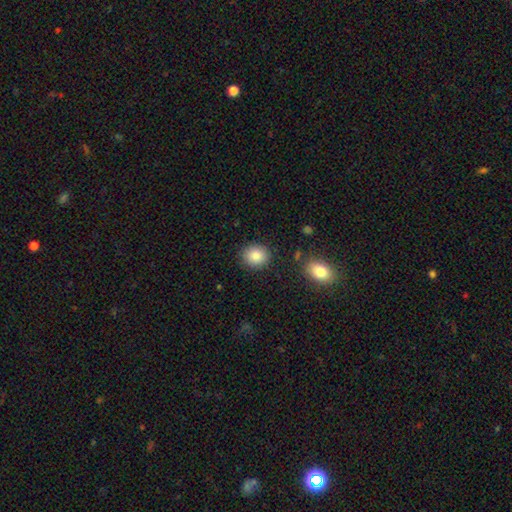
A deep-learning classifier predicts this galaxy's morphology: The model was most divided on "how rounded": round: 75%, in between: 24%, cigar-shaped: 1%. More confident: merging — none (87%); smooth or featured — smooth (86%).